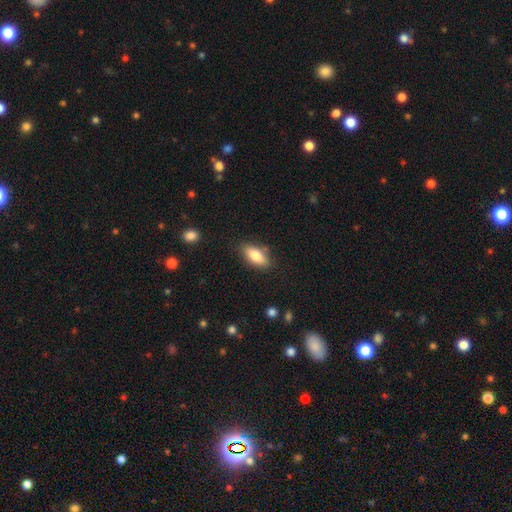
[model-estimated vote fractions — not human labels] Morphology: type=smooth (80%); roundness=in between (84%); merging=none (81%).